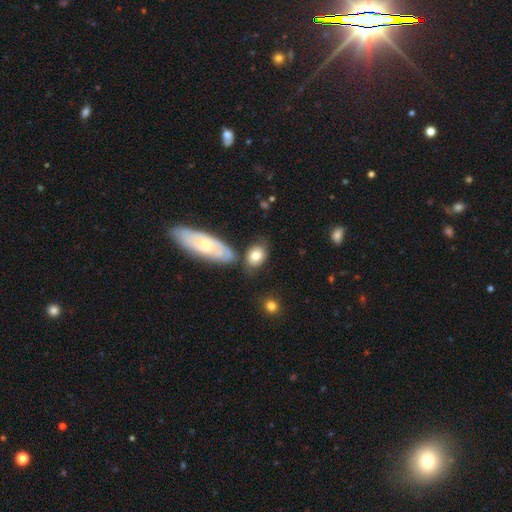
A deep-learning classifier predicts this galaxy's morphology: The model was most divided on "merging": none: 58%, minor disturbance: 20%, merger: 15%, major disturbance: 7%. More confident: smooth or featured — smooth (71%); how rounded — in between (69%).